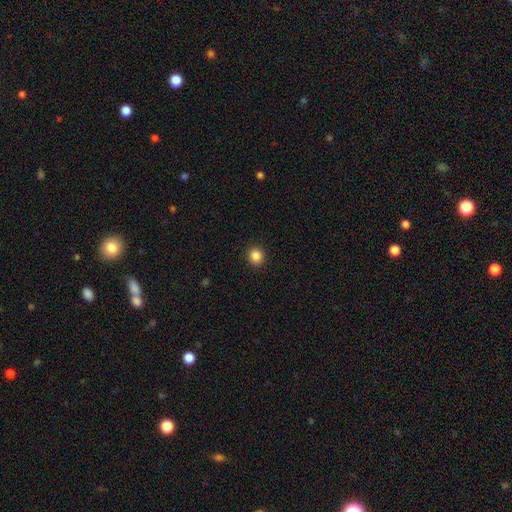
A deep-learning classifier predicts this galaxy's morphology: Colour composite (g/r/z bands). It shows a smooth galaxy with no disk features (86%) that is round (91%). Merging: none (93%).